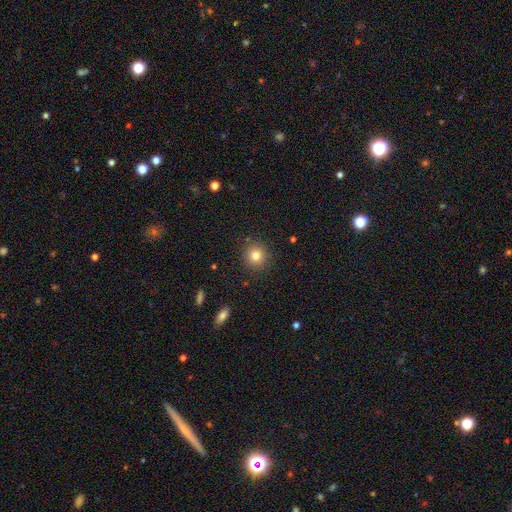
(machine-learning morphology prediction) smooth_or_featured: smooth (p=0.80) [alt: star or artifact p=0.12]
how_rounded: round (p=0.92) [alt: in between p=0.07]
merging: none (p=0.90) [alt: minor disturbance p=0.06]